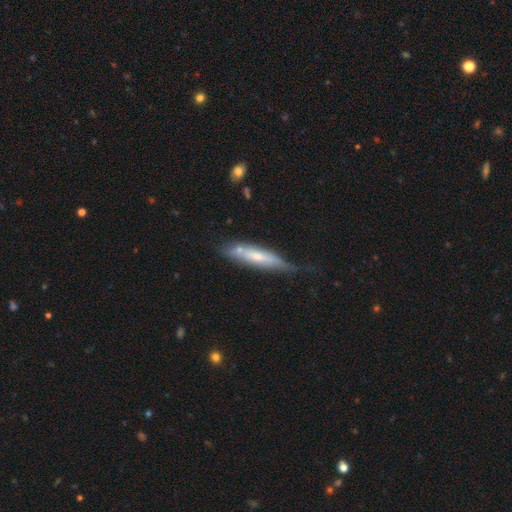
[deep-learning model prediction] Overall: featured or disk (53%; smooth 40%). Edge-on disk: yes (71%). Merging: none (51%; minor disturbance 31%).